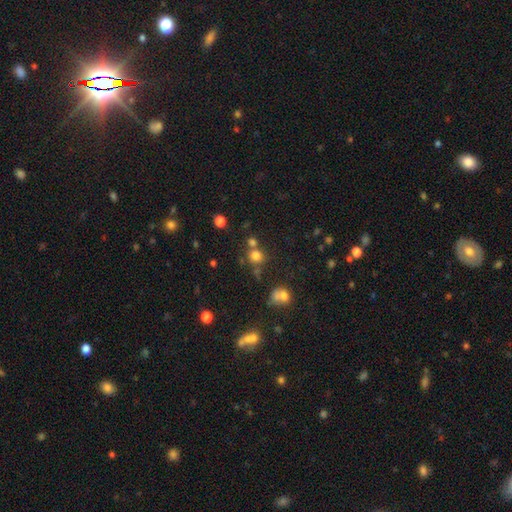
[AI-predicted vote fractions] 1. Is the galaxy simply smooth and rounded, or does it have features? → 74% smooth, 18% star or artifact, 8% featured or disk.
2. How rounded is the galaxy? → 87% round, 12% in between, 1% cigar-shaped.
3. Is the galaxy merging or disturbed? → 62% none, 24% merger, 10% minor disturbance, 4% major disturbance.